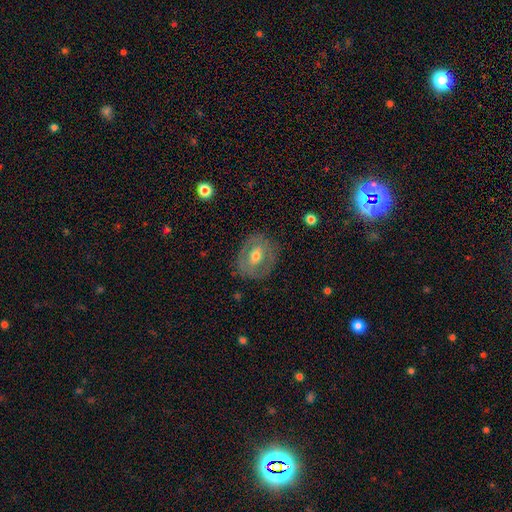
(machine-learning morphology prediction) Smooth or featured? featured or disk (53%)
Edge-on disk? no (94%)
Merging? none (81%)